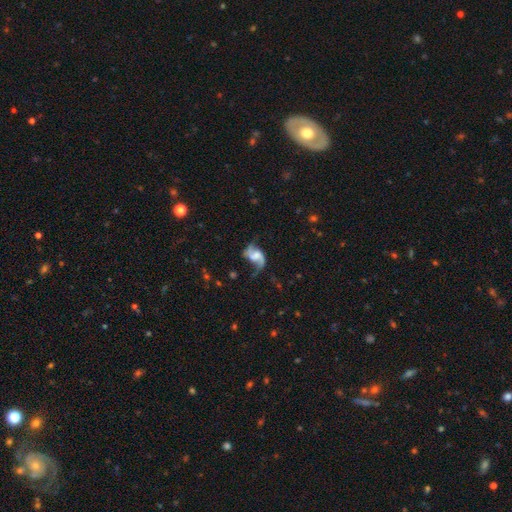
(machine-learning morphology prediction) This appears to be a featured or disk galaxy (82%) with no bar (44%), 2 (87%) loose (72%) spiral arms (94%) and no central bulge (29%). Merging: none (53%).